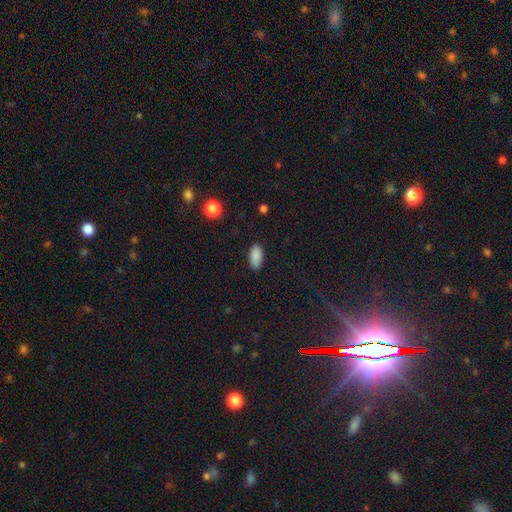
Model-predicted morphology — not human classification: smooth 89%, star or artifact 8%, featured or disk 4%. Down the decision tree: how rounded — in between (93%); merging — none (86%).